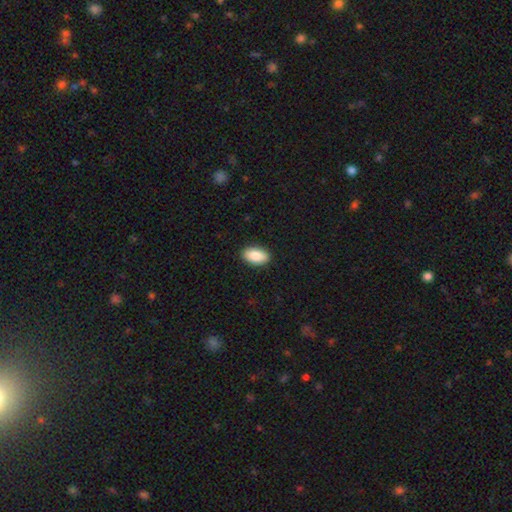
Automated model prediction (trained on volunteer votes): smooth 89%, star or artifact 6%, featured or disk 5%. Down the decision tree: how rounded — in between (94%); merging — none (90%).